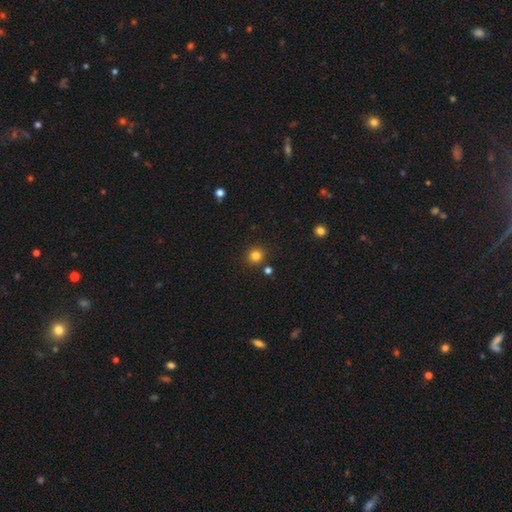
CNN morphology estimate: smooth 82%, star or artifact 13%, featured or disk 5%. Down the decision tree: how rounded — round (91%); merging — none (86%).